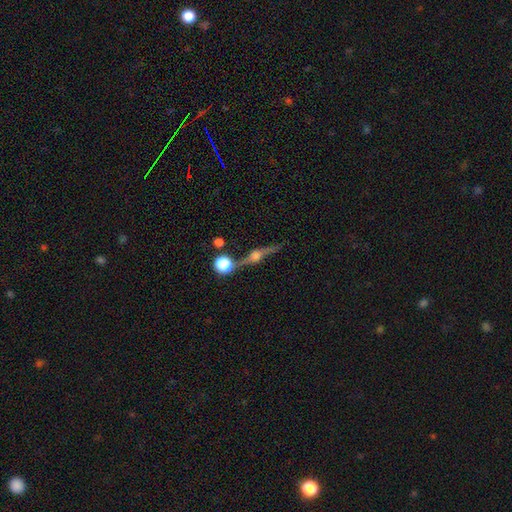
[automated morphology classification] Q: Smooth or featured?
A: featured or disk (78%); runner-up: smooth (13%)
Q: Edge-on disk?
A: yes (93%); runner-up: no (7%)
Q: Edge-on bulge?
A: rounded (94%); runner-up: boxy (4%)
Q: Merging?
A: none (72%); runner-up: minor disturbance (13%)